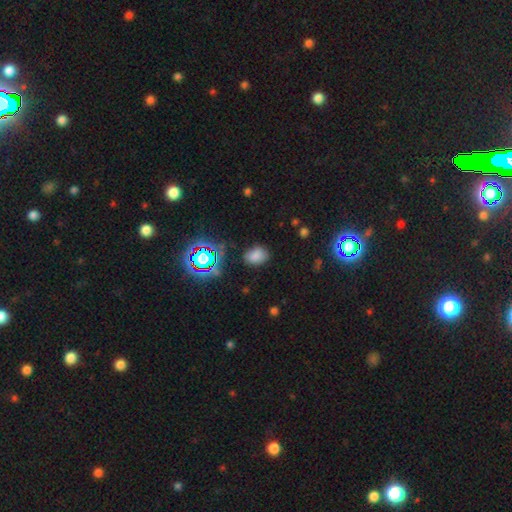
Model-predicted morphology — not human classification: smooth 73%, star or artifact 20%, featured or disk 7%. Down the decision tree: how rounded — in between (71%); merging — none (79%).